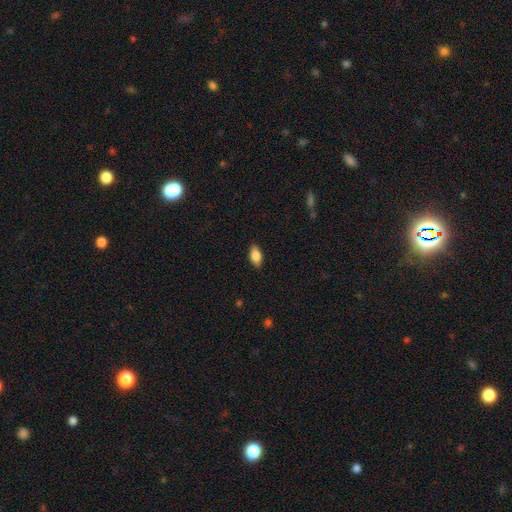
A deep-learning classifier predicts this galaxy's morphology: Smooth or featured: smooth — 82% (featured or disk — 12%)
How rounded: in between — 89% (cigar-shaped — 8%)
Merging: none — 88% (minor disturbance — 9%)